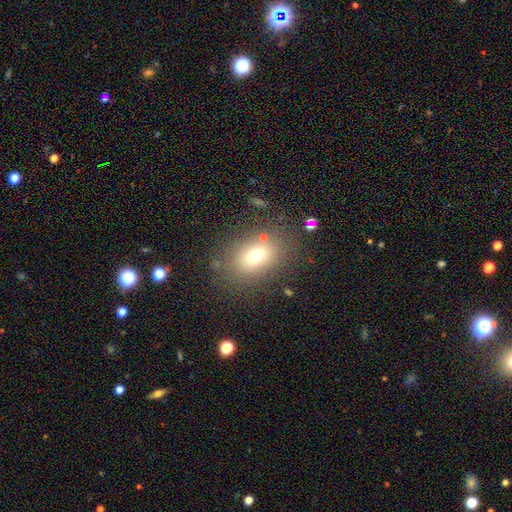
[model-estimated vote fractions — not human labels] This is likely a smooth galaxy (70%). How rounded: likely in between (72%). Merging: likely none (79%).